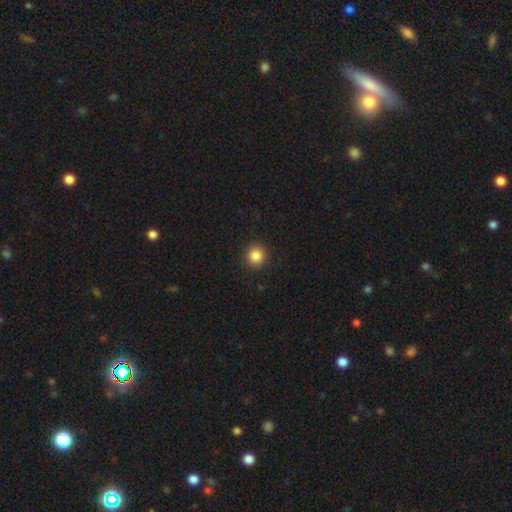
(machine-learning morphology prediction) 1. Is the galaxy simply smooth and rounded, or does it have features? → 86% smooth, 10% star or artifact, 4% featured or disk.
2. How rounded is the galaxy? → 89% round, 10% in between, 1% cigar-shaped.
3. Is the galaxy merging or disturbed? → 90% none, 7% minor disturbance, 2% major disturbance, 1% merger.